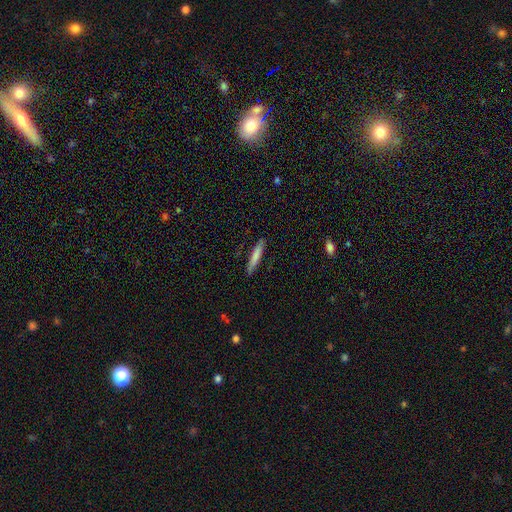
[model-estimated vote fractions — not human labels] This is likely a smooth galaxy (76%). How rounded: clearly cigar-shaped (93%). Merging: clearly none (89%).